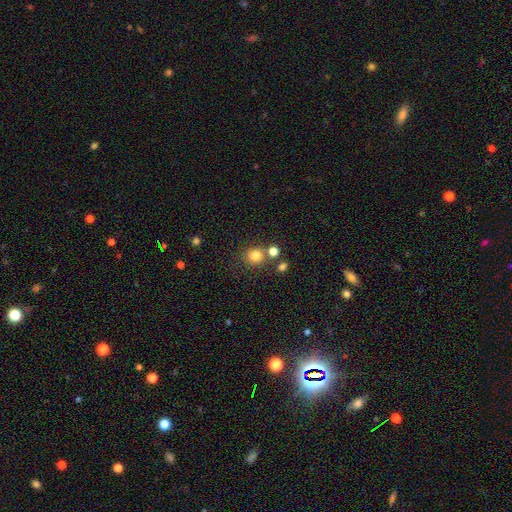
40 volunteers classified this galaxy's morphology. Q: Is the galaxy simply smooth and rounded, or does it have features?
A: smooth — 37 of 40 (92%).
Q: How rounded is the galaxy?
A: round — 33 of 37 (89%).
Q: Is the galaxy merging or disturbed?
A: none — 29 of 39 (74%).